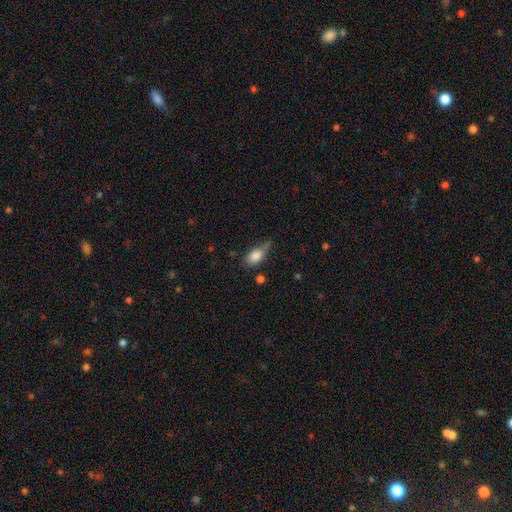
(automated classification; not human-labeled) A smooth galaxy with no disk features (80%) that is in between round and cigar-shaped (84%).

Vote fractions:
- Smooth or featured? smooth: 80% / featured or disk: 12% / star or artifact: 7%
- How rounded? in between: 84% / cigar-shaped: 10% / round: 6%
- Merging? none: 43% / minor disturbance: 41% / major disturbance: 13% / merger: 4%